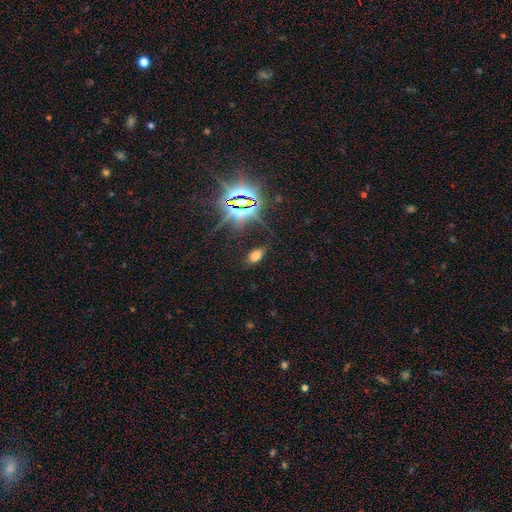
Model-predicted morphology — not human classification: Overall: smooth (61%; star or artifact 31%). How rounded: in between (91%). Merging: none (83%).